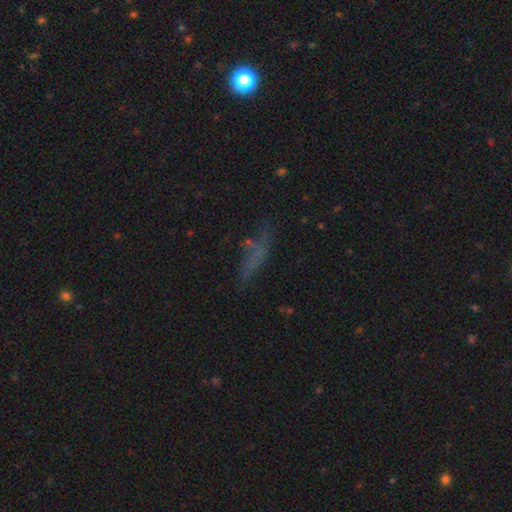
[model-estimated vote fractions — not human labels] Smooth or featured? smooth (47%)
Merging? none (52%)